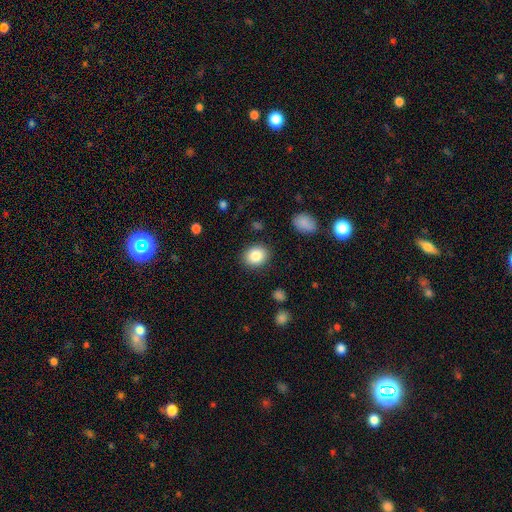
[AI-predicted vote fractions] Smooth or featured: smooth — 85% (star or artifact — 9%)
How rounded: round — 58% (in between — 41%)
Merging: none — 88% (minor disturbance — 8%)